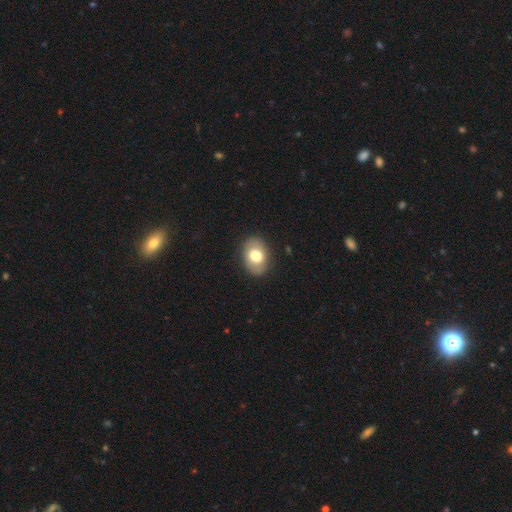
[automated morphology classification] Smooth or featured?
  - smooth: 73% *
  - featured or disk: 19%
  - star or artifact: 8%
How rounded?
  - in between: 74% *
  - round: 25%
  - cigar-shaped: 1%
Merging?
  - none: 86% *
  - minor disturbance: 10%
  - major disturbance: 3%
  - merger: 1%